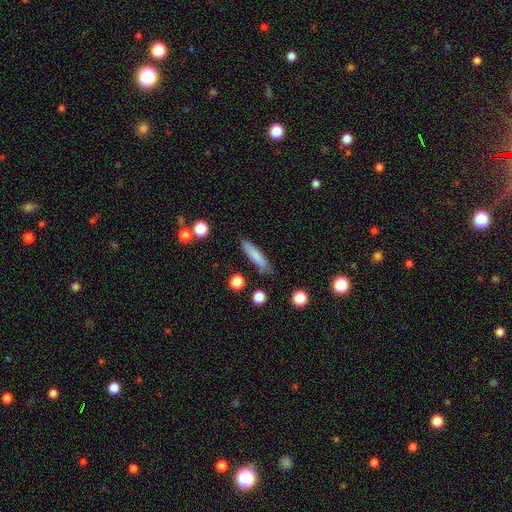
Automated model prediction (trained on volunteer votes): smooth-or-featured: smooth: 79% | featured or disk: 14% | star or artifact: 7%
  how-rounded: cigar-shaped: 87% | in between: 12% | round: 2%
  merging: none: 85% | minor disturbance: 10% | merger: 2% | major disturbance: 2%